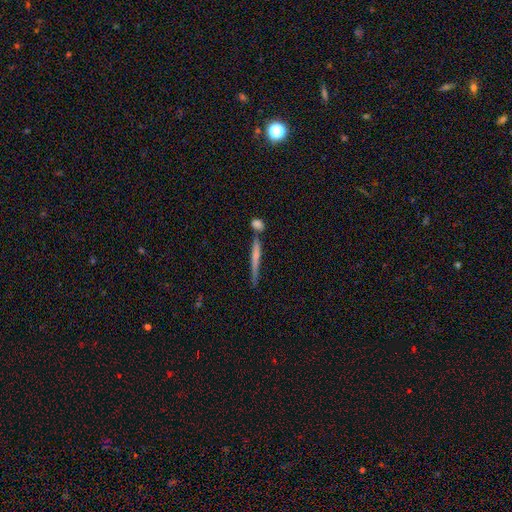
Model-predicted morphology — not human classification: Q: Smooth or featured?
A: smooth (50%); runner-up: featured or disk (42%)
Q: How rounded?
A: cigar-shaped (94%); runner-up: in between (4%)
Q: Merging?
A: none (57%); runner-up: merger (22%)